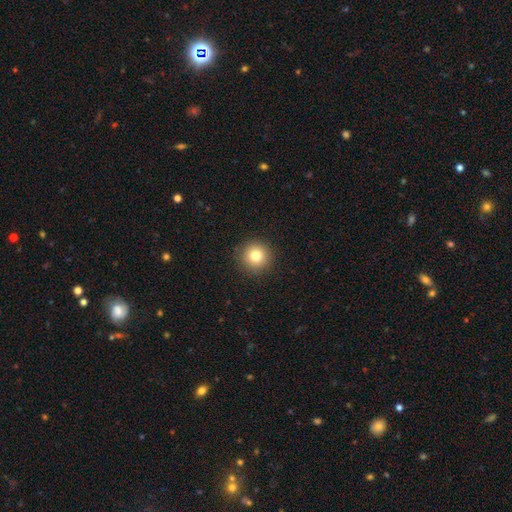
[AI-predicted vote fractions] This is likely a smooth galaxy (79%). How rounded: clearly round (95%). Merging: clearly none (92%).